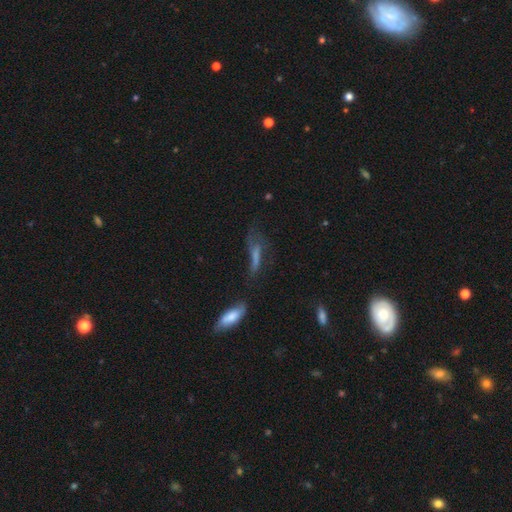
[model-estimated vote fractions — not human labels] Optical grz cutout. It shows a smooth galaxy with no disk features (45%). Merging: none (41%).